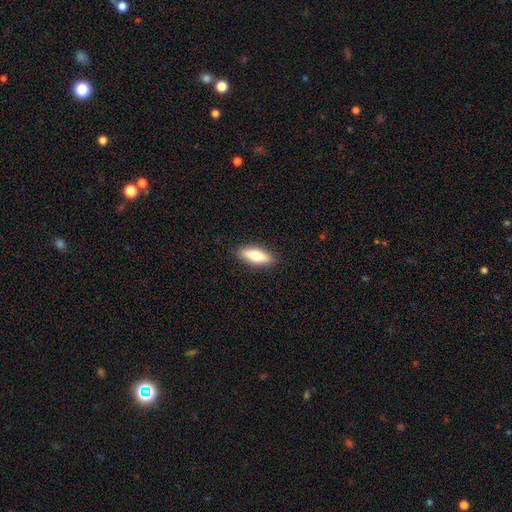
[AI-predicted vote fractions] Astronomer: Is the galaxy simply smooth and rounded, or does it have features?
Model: smooth — 65%.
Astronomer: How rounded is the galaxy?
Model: in between — 58% (runner-up: cigar-shaped, 39%).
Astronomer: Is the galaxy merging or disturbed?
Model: none — 89%.